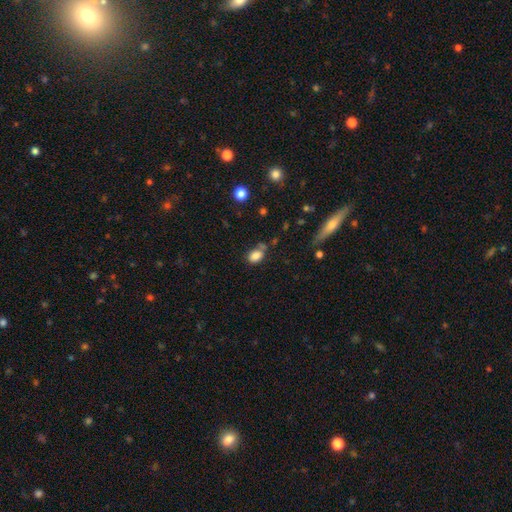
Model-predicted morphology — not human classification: This appears to be a smooth galaxy with no disk features (83%) that is in between round and cigar-shaped (79%). Merging: none (59%).